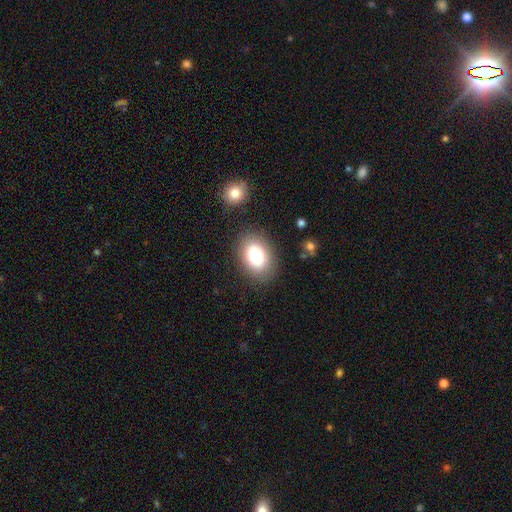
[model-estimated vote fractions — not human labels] Q: Smooth or featured?
A: smooth (80%); runner-up: featured or disk (11%)
Q: How rounded?
A: in between (73%); runner-up: round (26%)
Q: Merging?
A: none (84%); runner-up: minor disturbance (10%)